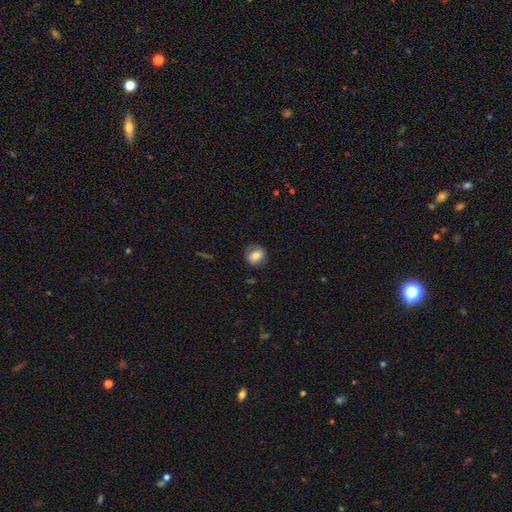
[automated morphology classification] A smooth galaxy with no disk features (78%) that is round (67%). Merging: none (82%).